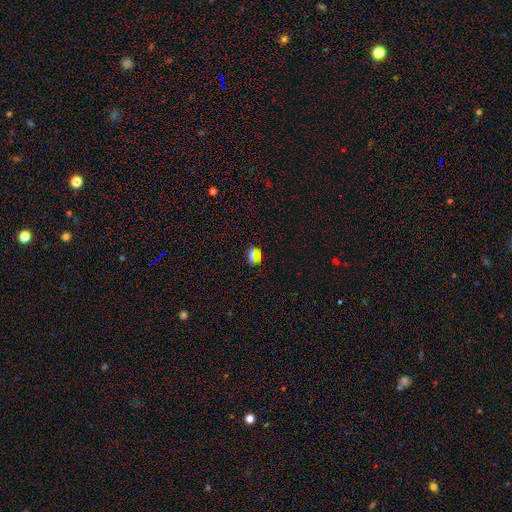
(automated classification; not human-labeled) Smooth or featured: smooth — 58% (star or artifact — 34%)
How rounded: round — 52% (in between — 43%)
Merging: none — 81% (minor disturbance — 12%)